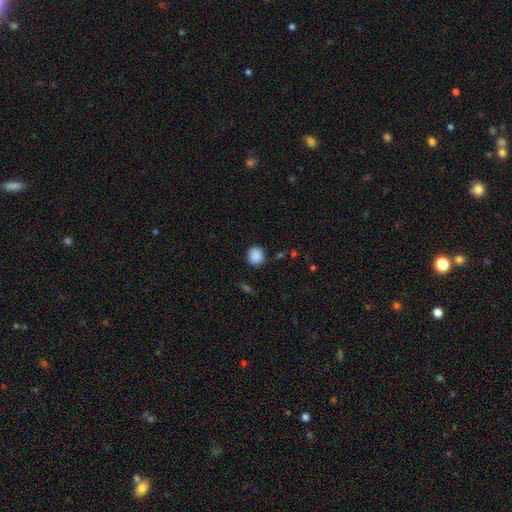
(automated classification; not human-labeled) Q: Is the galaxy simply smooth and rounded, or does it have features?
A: smooth — 88%.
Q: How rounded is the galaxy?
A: round — 84%.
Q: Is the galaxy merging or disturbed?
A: none — 87%.